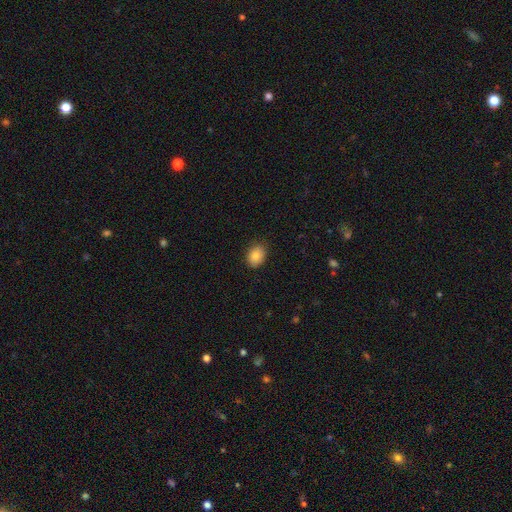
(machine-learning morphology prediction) The model was most divided on "how rounded": in between: 67%, round: 32%, cigar-shaped: 1%. More confident: smooth or featured — smooth (85%); merging — none (85%).